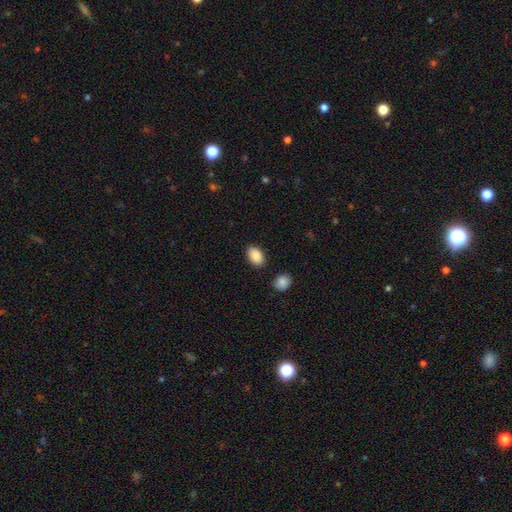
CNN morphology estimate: This appears to be a smooth galaxy with no disk features (89%) that is in between round and cigar-shaped (87%). Merging: none (86%).